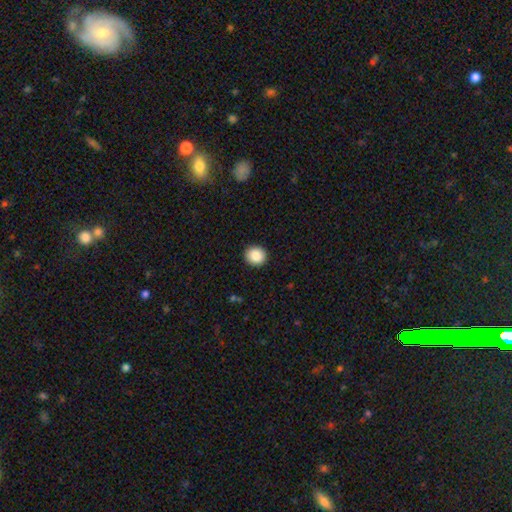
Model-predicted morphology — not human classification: smooth 88%, star or artifact 8%, featured or disk 4%. Down the decision tree: how rounded — round (85%); merging — none (92%).